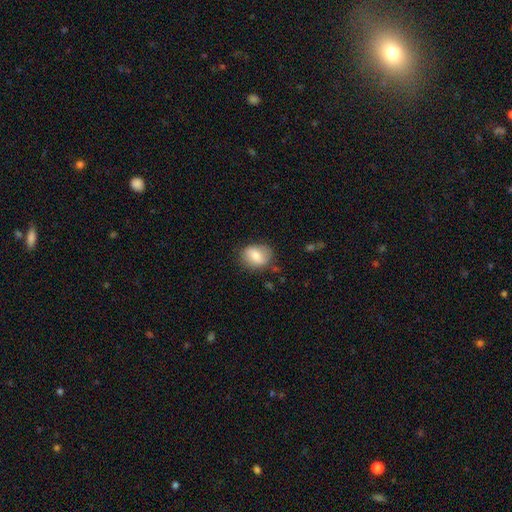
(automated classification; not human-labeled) smooth-or-featured: smooth: 76% | featured or disk: 17% | star or artifact: 8%
  how-rounded: in between: 54% | round: 45% | cigar-shaped: 1%
  merging: none: 75% | minor disturbance: 18% | major disturbance: 5% | merger: 2%